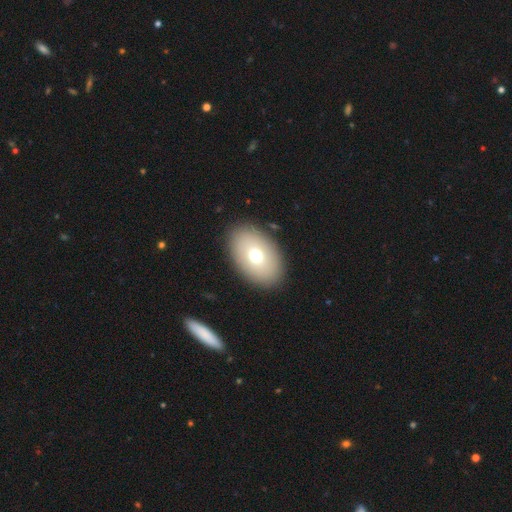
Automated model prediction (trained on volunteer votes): This is likely a smooth galaxy (70%). How rounded: clearly in between (87%). Merging: clearly none (89%).